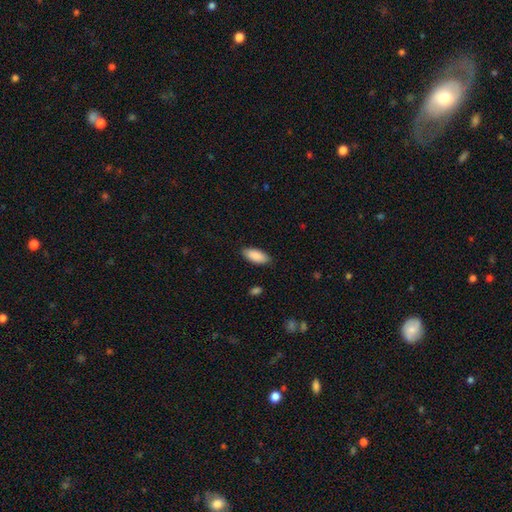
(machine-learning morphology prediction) Q: Smooth or featured?
A: smooth (89%); runner-up: star or artifact (6%)
Q: How rounded?
A: in between (88%); runner-up: cigar-shaped (11%)
Q: Merging?
A: none (86%); runner-up: minor disturbance (11%)